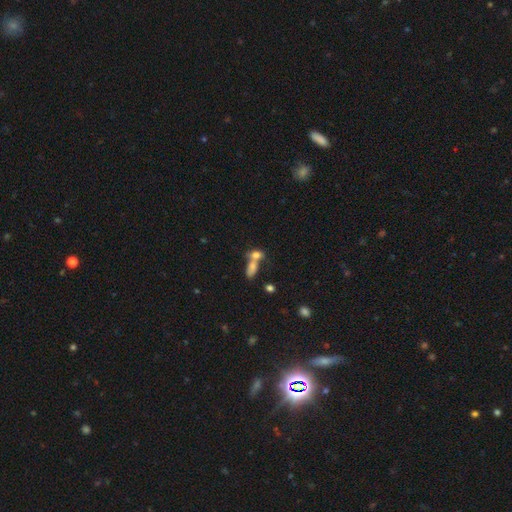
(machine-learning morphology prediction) This is likely a smooth galaxy (72%). How rounded: likely in between (73%). Merging: likely merger (63%).